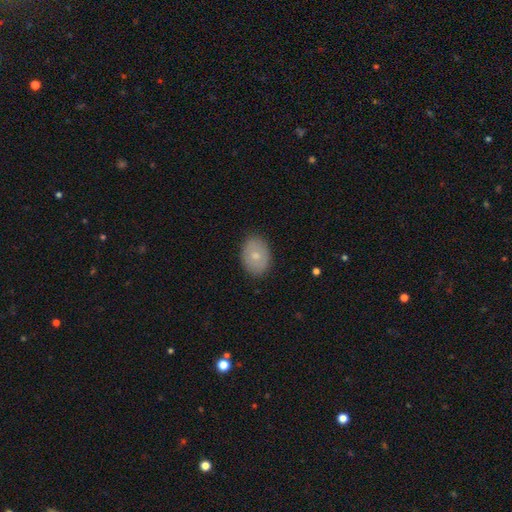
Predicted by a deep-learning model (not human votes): Smooth or featured? Predicted: smooth (p=0.70). How rounded? Predicted: in between (p=0.76). Merging? Predicted: none (p=0.86).